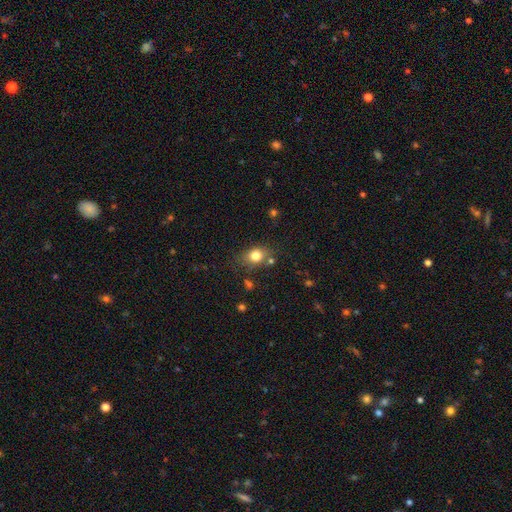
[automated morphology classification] smooth 79%, star or artifact 11%, featured or disk 10%. Down the decision tree: how rounded — in between (58%); merging — none (72%).